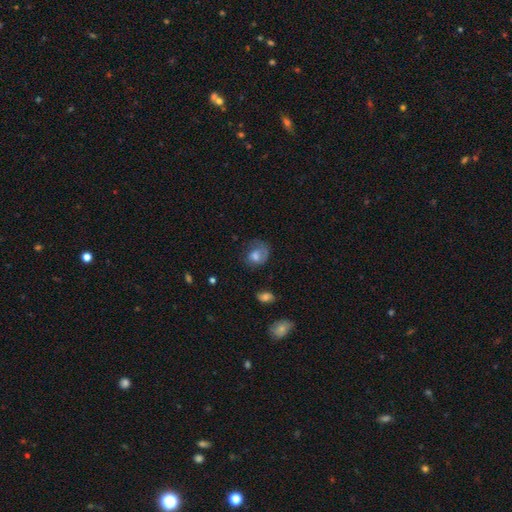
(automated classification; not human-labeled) Overall: smooth (55%; featured or disk 35%). How rounded: round (53%; in between 46%). Merging: none (44%; major disturbance 28%).